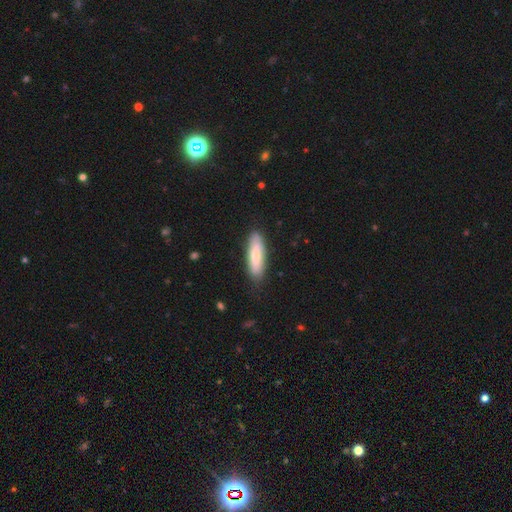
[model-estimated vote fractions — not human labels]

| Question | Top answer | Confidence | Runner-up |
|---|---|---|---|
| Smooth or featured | smooth | 74% | featured or disk (20%) |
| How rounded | cigar-shaped | 55% | in between (44%) |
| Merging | none | 82% | minor disturbance (14%) |